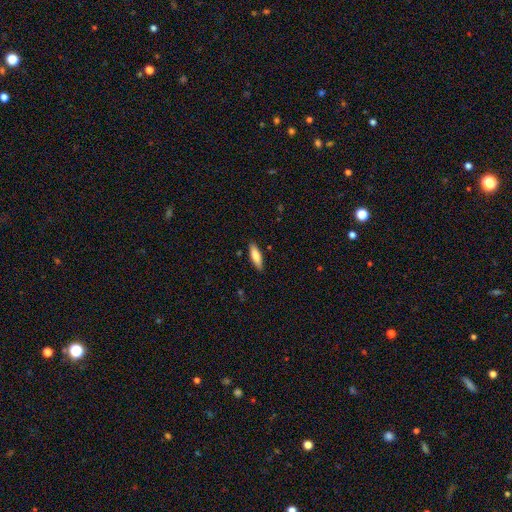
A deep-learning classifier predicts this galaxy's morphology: Q: Smooth or featured?
A: smooth (81%); runner-up: featured or disk (14%)
Q: How rounded?
A: cigar-shaped (51%); runner-up: in between (48%)
Q: Merging?
A: none (87%); runner-up: minor disturbance (10%)